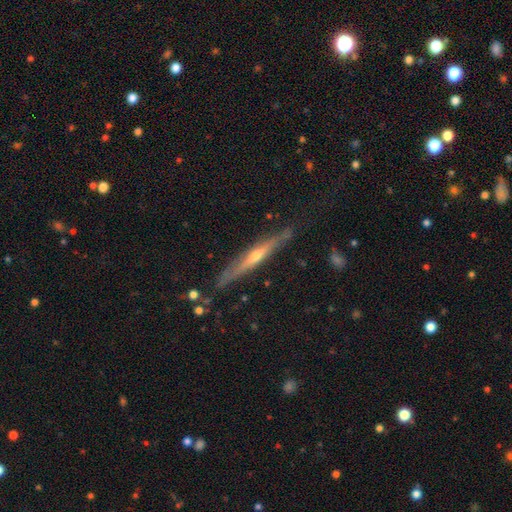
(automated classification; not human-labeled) This is likely a featured or disk galaxy (75%). It is clearly viewed edge-on (95%). Edge-on bulge: likely rounded (79%). Merging: clearly none (81%).